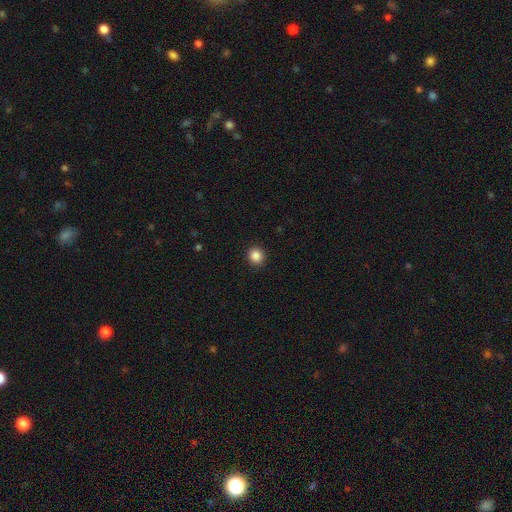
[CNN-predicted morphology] Smooth or featured? Predicted: smooth (p=0.87). How rounded? Predicted: round (p=0.90). Merging? Predicted: none (p=0.92).